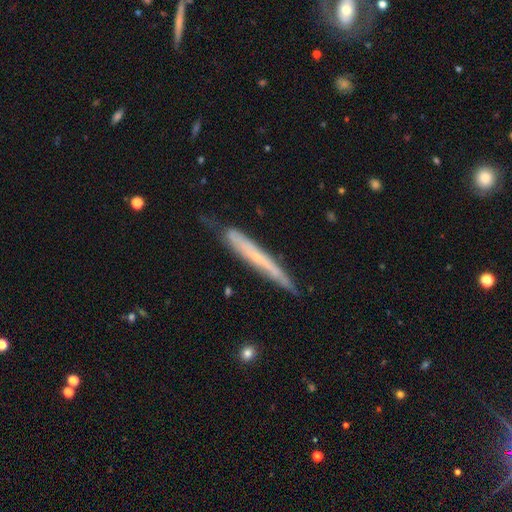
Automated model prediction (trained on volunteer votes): Morphology: type=featured or disk (56%); edge-on=yes (86%); merging=none (67%).